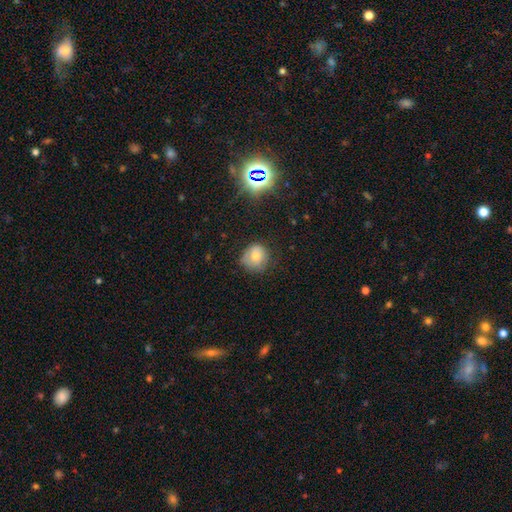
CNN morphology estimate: Smooth or featured: smooth — 72% (featured or disk — 15%)
How rounded: round — 82% (in between — 17%)
Merging: none — 63% (minor disturbance — 27%)